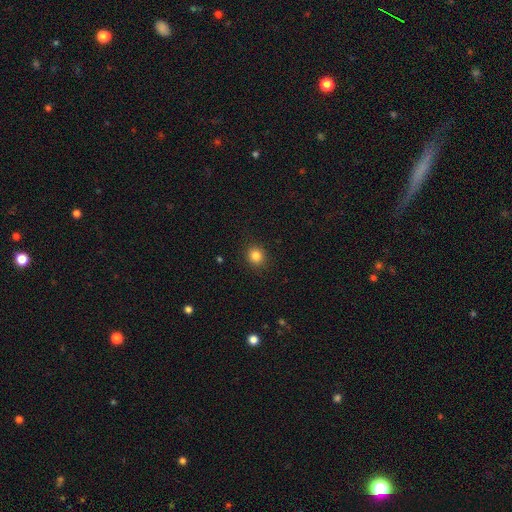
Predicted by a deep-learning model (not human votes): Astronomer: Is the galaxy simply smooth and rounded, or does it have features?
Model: smooth — 84%.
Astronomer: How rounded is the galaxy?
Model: round — 84%.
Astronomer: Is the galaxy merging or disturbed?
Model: none — 90%.